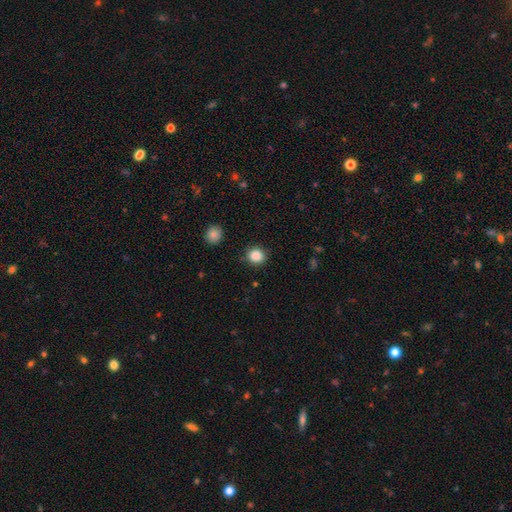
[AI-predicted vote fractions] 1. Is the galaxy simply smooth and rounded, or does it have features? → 87% smooth, 10% star or artifact, 3% featured or disk.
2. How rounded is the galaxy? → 90% round, 9% in between, 1% cigar-shaped.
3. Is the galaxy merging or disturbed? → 88% none, 8% minor disturbance, 3% major disturbance, 2% merger.